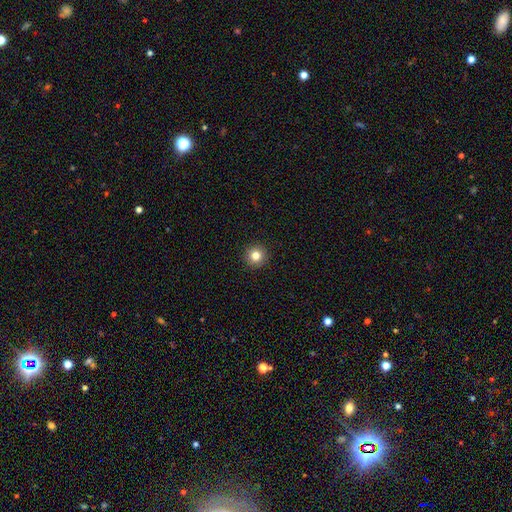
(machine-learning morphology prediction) type=smooth (81%); roundness=round (96%); merging=none (93%).